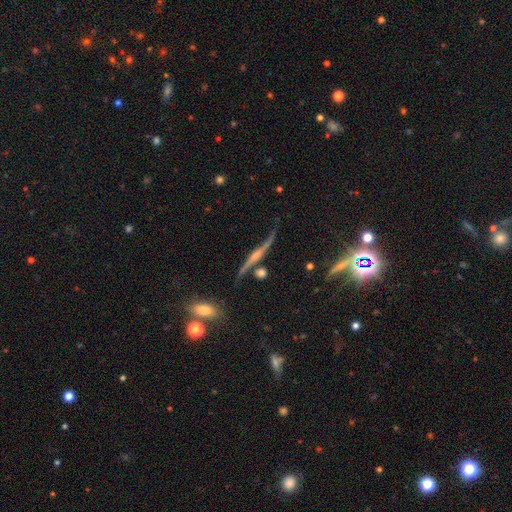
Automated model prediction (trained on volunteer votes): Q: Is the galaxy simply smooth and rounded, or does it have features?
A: featured or disk — 80%.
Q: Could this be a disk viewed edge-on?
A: yes — 80%.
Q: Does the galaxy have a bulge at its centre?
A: rounded — 59%.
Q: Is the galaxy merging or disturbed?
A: none — 68%.